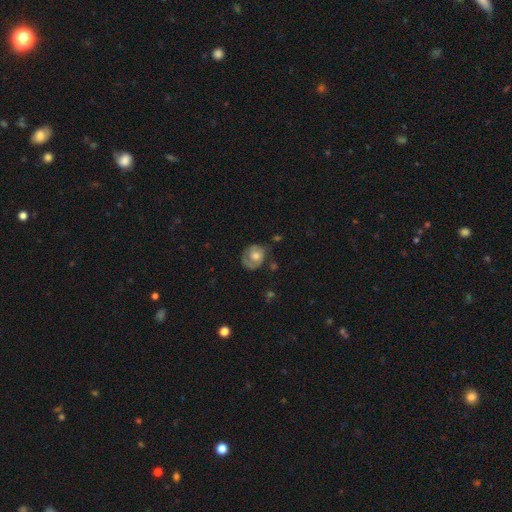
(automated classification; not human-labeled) Q: Smooth or featured?
A: featured or disk (50%); runner-up: smooth (43%)
Q: Merging?
A: none (60%); runner-up: minor disturbance (24%)